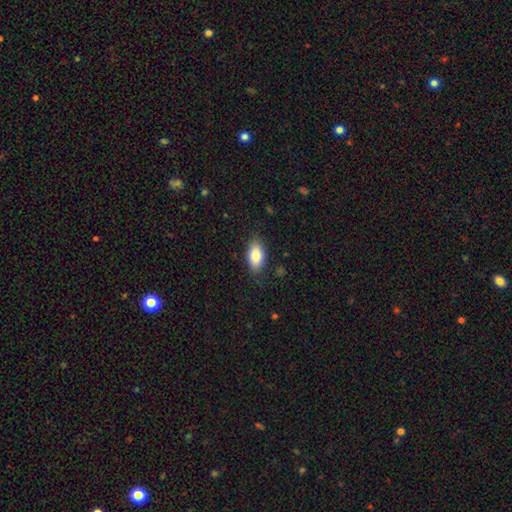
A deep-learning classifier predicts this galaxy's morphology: smooth-or-featured: smooth: 83% | featured or disk: 10% | star or artifact: 7%
  how-rounded: in between: 91% | round: 5% | cigar-shaped: 4%
  merging: none: 80% | minor disturbance: 15% | major disturbance: 4% | merger: 1%